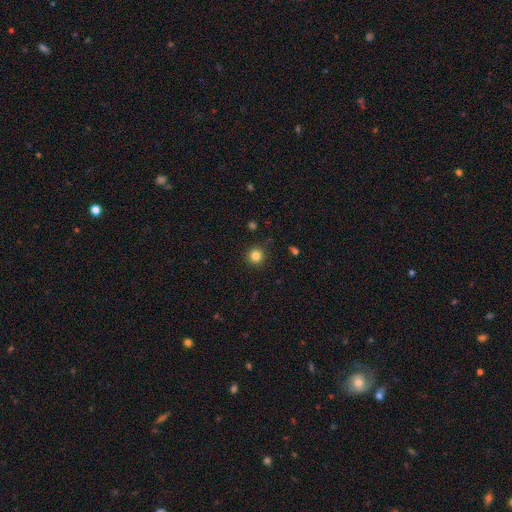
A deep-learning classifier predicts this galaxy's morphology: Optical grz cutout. It shows a smooth galaxy with no disk features (83%) that is round (93%). Merging: none (90%).